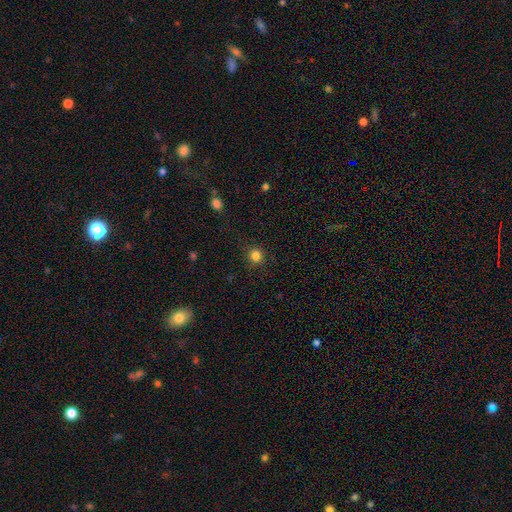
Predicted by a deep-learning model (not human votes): Q: Smooth or featured?
A: smooth (83%); runner-up: star or artifact (13%)
Q: How rounded?
A: round (92%); runner-up: in between (7%)
Q: Merging?
A: none (89%); runner-up: minor disturbance (7%)